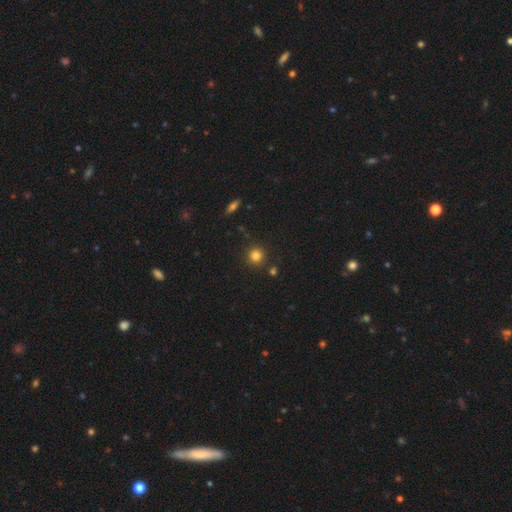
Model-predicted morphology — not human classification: This appears to be a smooth galaxy with no disk features (81%) that is round (93%). Merging: none (86%).